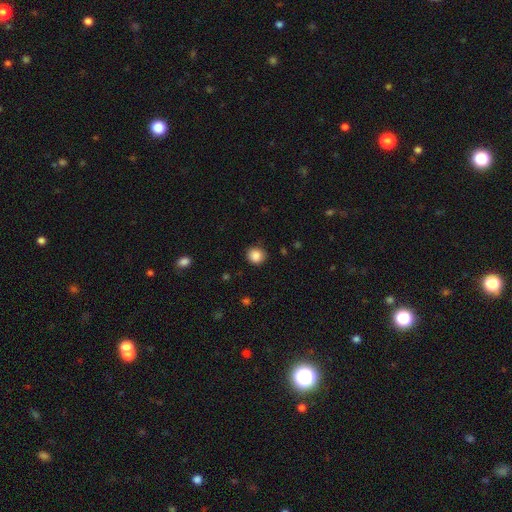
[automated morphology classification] type=smooth (87%); roundness=round (88%); merging=none (85%).